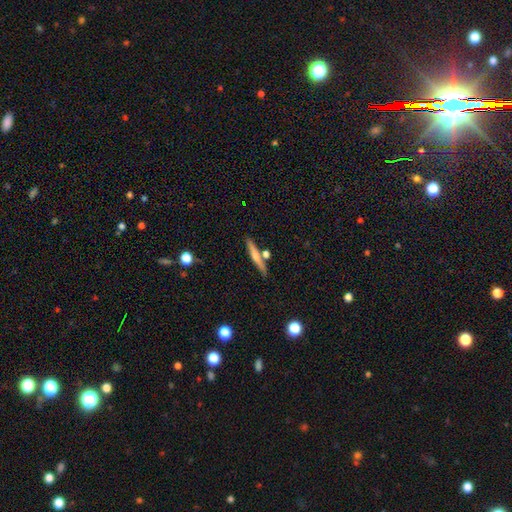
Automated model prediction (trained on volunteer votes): smooth 56%, featured or disk 37%, star or artifact 6%. Down the decision tree: how rounded — cigar-shaped (92%); merging — none (77%).